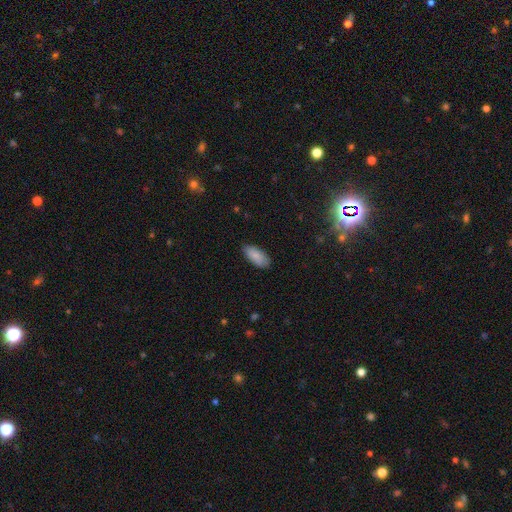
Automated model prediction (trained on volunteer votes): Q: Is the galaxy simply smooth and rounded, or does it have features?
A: smooth — 85%.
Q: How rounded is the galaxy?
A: in between — 88%.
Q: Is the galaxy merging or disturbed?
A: none — 83%.